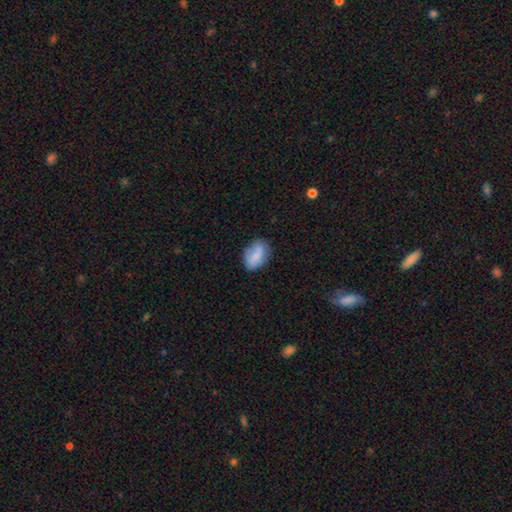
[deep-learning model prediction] A smooth galaxy with no disk features (76%) that is in between round and cigar-shaped (84%). Merging: none (70%).